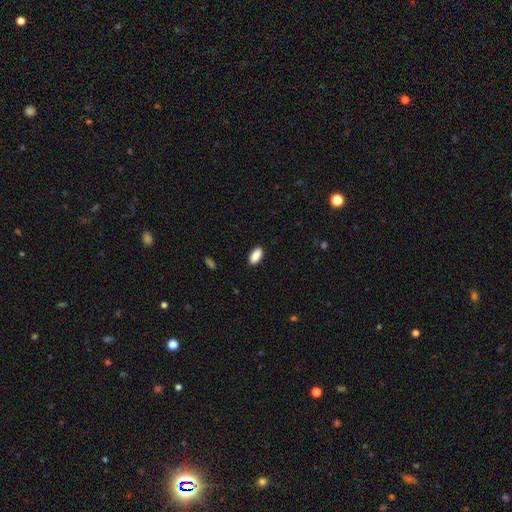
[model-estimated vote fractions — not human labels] Overall: smooth (89%). How rounded: in between (90%). Merging: none (89%).